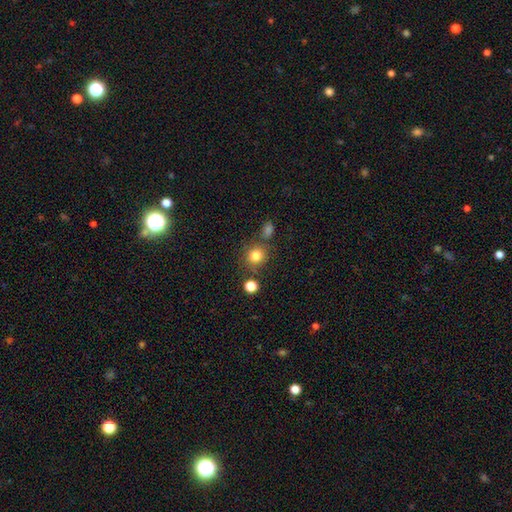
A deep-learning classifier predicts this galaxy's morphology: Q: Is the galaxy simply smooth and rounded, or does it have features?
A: smooth — 80%.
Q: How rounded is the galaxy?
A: round — 87%.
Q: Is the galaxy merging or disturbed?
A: none — 75%.